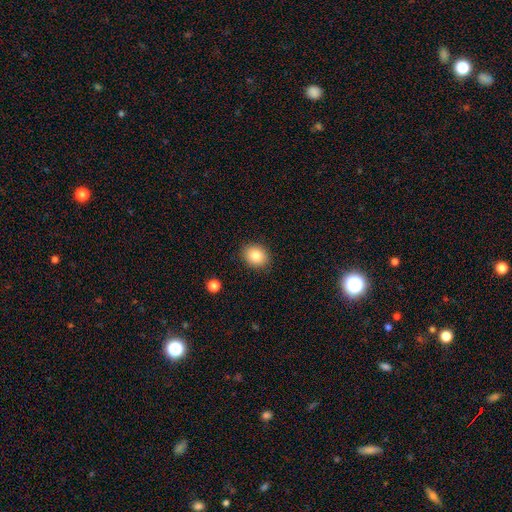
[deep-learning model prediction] smooth 85%, star or artifact 9%, featured or disk 7%. Down the decision tree: how rounded — round (55%); merging — none (89%).